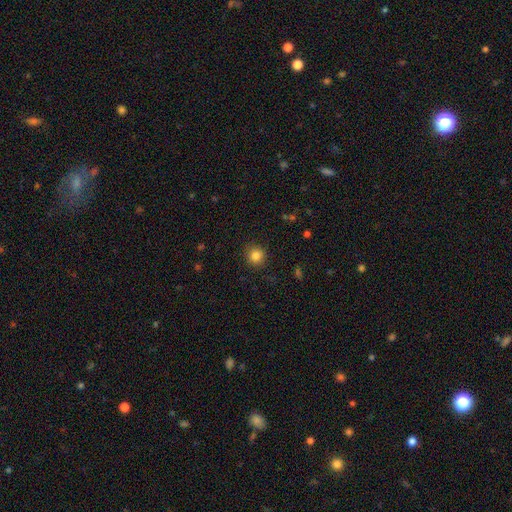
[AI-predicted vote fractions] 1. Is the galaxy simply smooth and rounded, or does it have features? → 83% smooth, 12% star or artifact, 5% featured or disk.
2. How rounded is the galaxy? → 92% round, 7% in between, 1% cigar-shaped.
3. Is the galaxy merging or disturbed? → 89% none, 7% minor disturbance, 2% major disturbance, 1% merger.